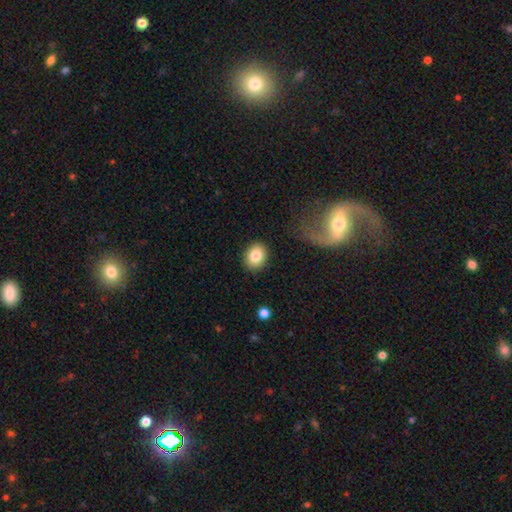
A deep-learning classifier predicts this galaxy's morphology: Smooth or featured?
  - smooth: 83% *
  - star or artifact: 9%
  - featured or disk: 8%
How rounded?
  - round: 53% *
  - in between: 46%
  - cigar-shaped: 1%
Merging?
  - none: 88% *
  - minor disturbance: 8%
  - major disturbance: 2%
  - merger: 1%